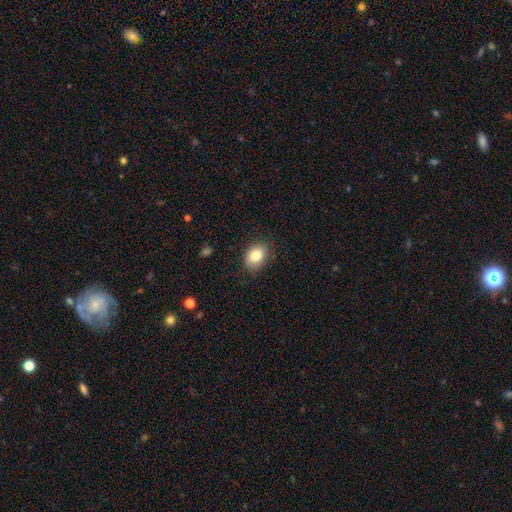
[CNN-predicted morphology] smooth 83%, featured or disk 9%, star or artifact 8%. Down the decision tree: how rounded — in between (76%); merging — none (83%).